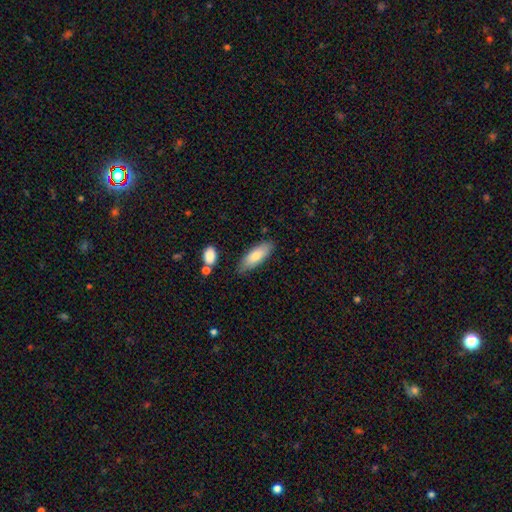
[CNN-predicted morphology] Overall: smooth (78%). How rounded: in between (63%; cigar-shaped 36%). Merging: none (79%).